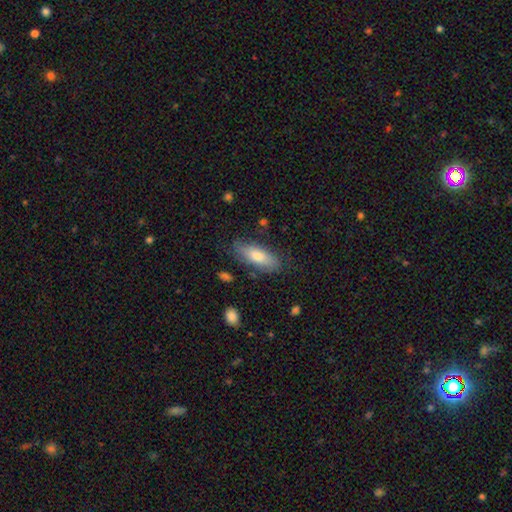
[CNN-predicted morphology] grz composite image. It shows a smooth galaxy with no disk features (71%) that is in between round and cigar-shaped (65%). Merging: none (78%).